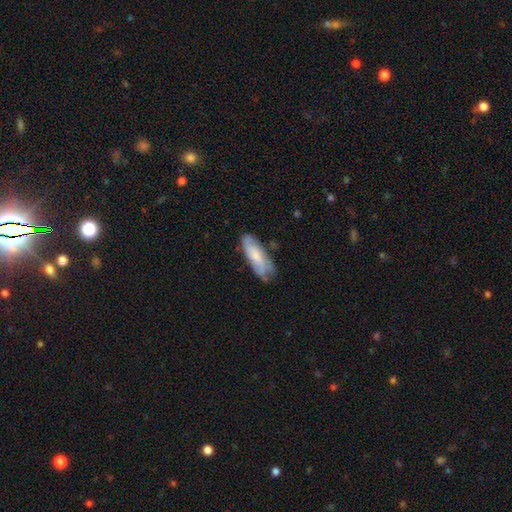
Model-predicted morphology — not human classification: Smooth or featured: smooth — 58% (featured or disk — 36%)
How rounded: in between — 55% (cigar-shaped — 44%)
Merging: none — 65% (minor disturbance — 26%)